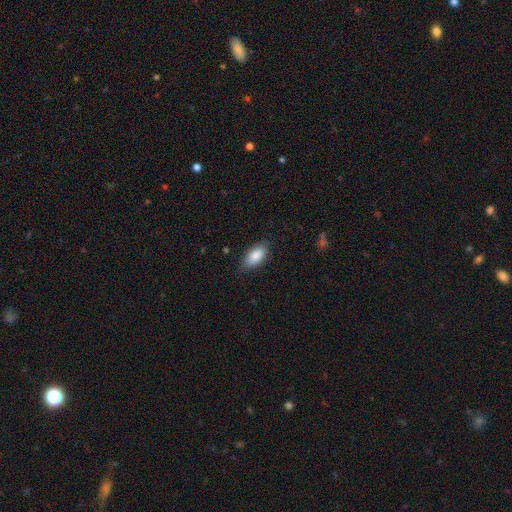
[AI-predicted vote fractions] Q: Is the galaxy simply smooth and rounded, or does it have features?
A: smooth — 86%.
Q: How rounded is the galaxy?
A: in between — 90%.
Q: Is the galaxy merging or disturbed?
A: none — 80%.